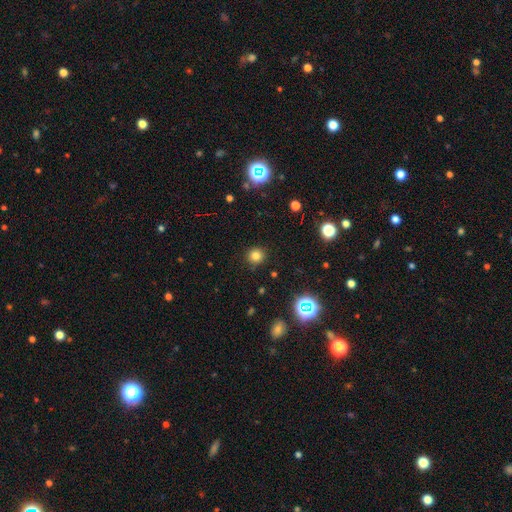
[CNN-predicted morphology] Smooth or featured? smooth (79%)
How rounded? round (92%)
Merging? none (90%)